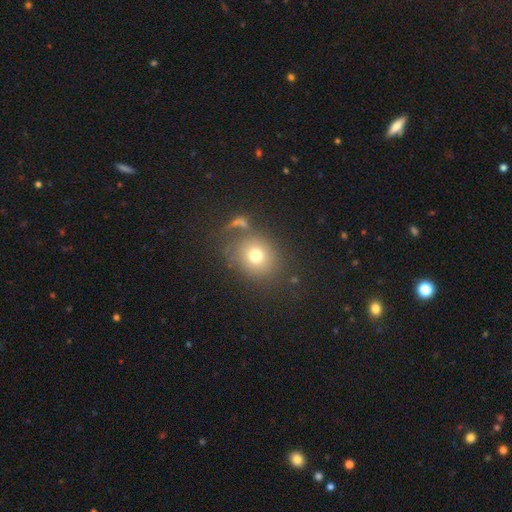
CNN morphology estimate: smooth_or_featured: smooth (p=0.73) [alt: star or artifact p=0.14]
how_rounded: round (p=0.75) [alt: in between p=0.24]
merging: none (p=0.68) [alt: minor disturbance p=0.13]